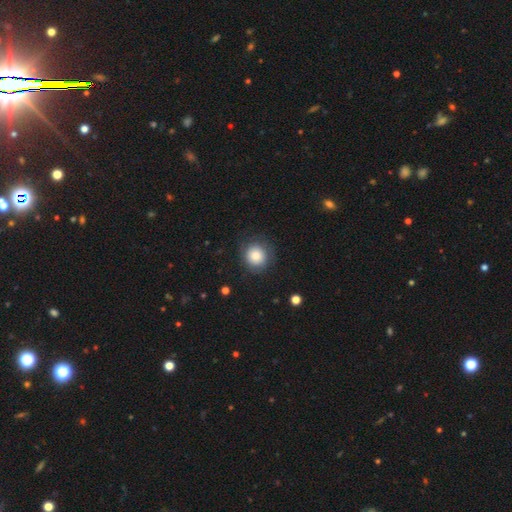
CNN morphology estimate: smooth_or_featured: smooth (p=0.82) [alt: featured or disk p=0.10]
how_rounded: round (p=0.90) [alt: in between p=0.09]
merging: none (p=0.80) [alt: minor disturbance p=0.13]